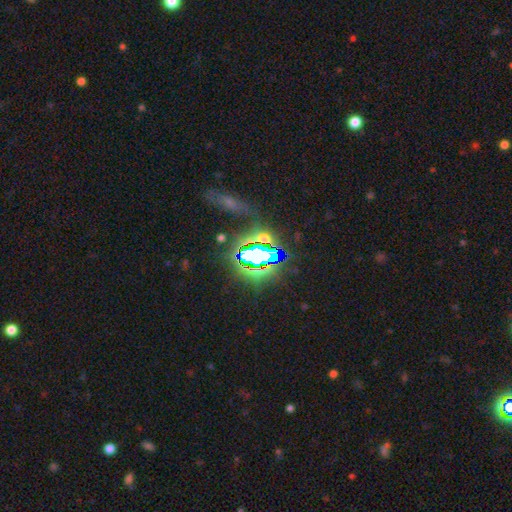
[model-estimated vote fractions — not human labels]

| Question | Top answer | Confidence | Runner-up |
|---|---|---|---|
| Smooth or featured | star or artifact | 74% | smooth (15%) |